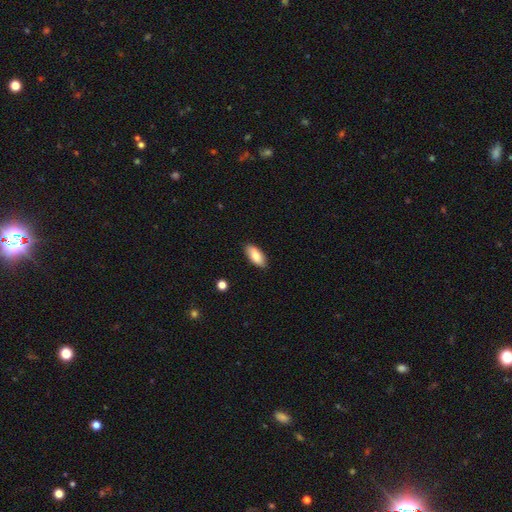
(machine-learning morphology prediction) This appears to be a smooth galaxy with no disk features (82%) that is in between round and cigar-shaped (88%). Merging: none (87%).